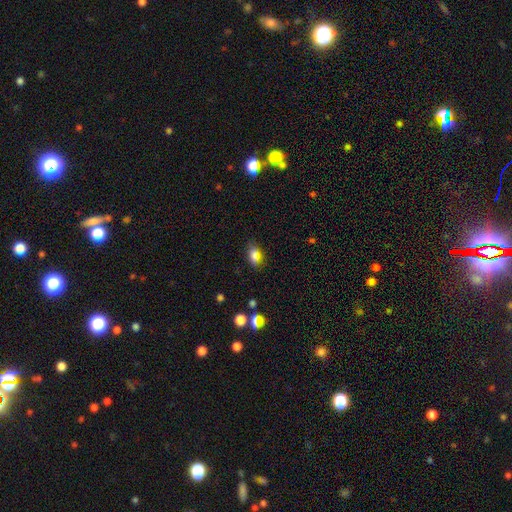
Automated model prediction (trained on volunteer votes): Smooth or featured: smooth — 72% (star or artifact — 16%)
How rounded: in between — 78% (round — 14%)
Merging: none — 78% (minor disturbance — 15%)